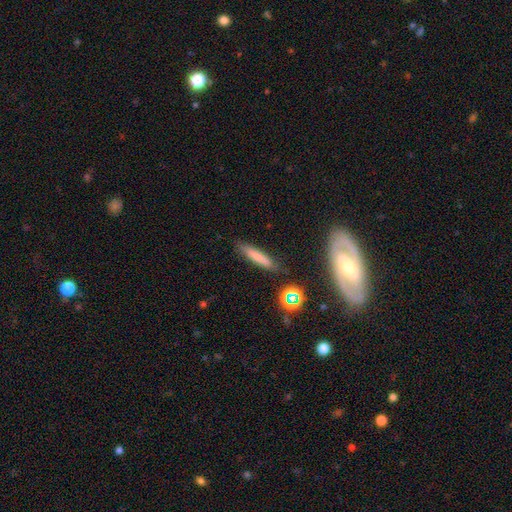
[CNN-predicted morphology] A smooth galaxy with no disk features (72%) that is cigar-shaped (89%). Merging: none (84%).